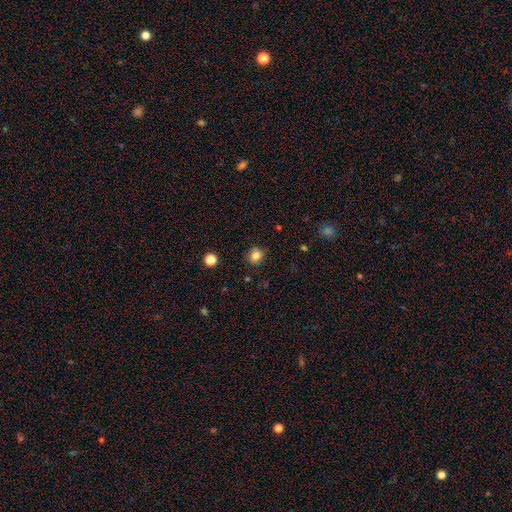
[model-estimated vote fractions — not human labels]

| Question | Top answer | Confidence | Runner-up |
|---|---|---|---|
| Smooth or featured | smooth | 83% | star or artifact (12%) |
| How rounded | round | 80% | in between (19%) |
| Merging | none | 85% | minor disturbance (10%) |